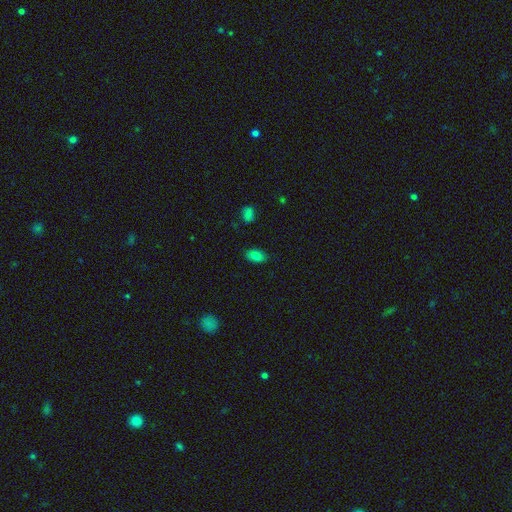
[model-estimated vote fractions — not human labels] smooth-or-featured: smooth: 81% | star or artifact: 11% | featured or disk: 8%
  how-rounded: in between: 91% | round: 7% | cigar-shaped: 2%
  merging: none: 84% | minor disturbance: 13% | major disturbance: 2% | merger: 1%